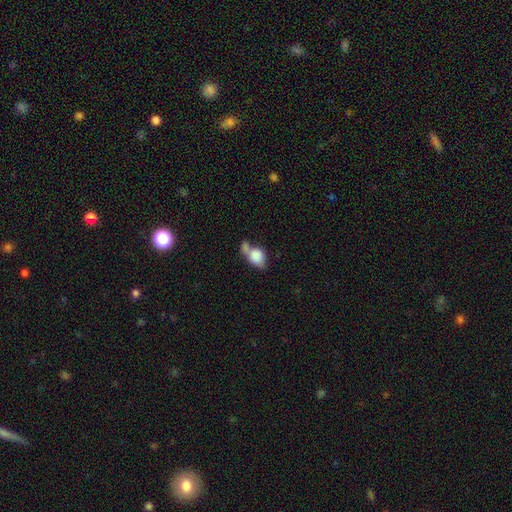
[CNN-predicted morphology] Smooth or featured? Predicted: smooth (p=0.78). How rounded? Predicted: in between (p=0.68). Merging? Predicted: merger (p=0.52).